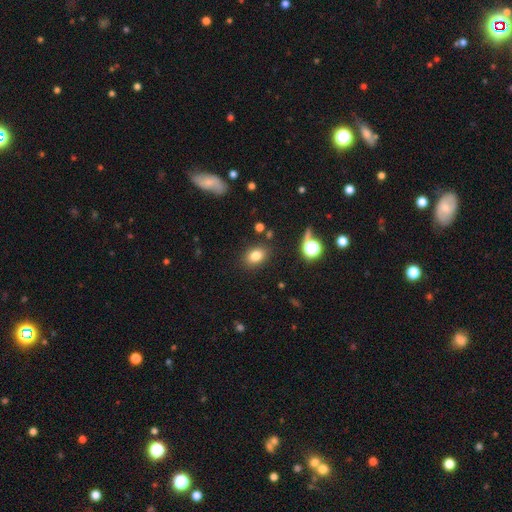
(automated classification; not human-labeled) The model was most divided on "how rounded": in between: 67%, round: 32%, cigar-shaped: 1%. More confident: merging — none (84%); smooth or featured — smooth (79%).